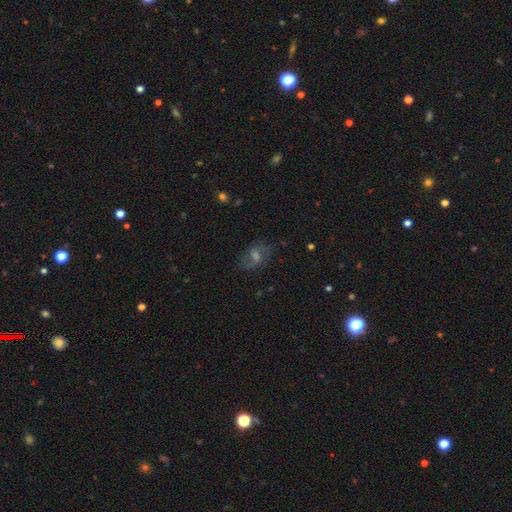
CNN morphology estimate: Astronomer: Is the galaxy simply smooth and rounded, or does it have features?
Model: featured or disk — 48% (runner-up: smooth, 29%).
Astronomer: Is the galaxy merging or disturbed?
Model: none — 69%.